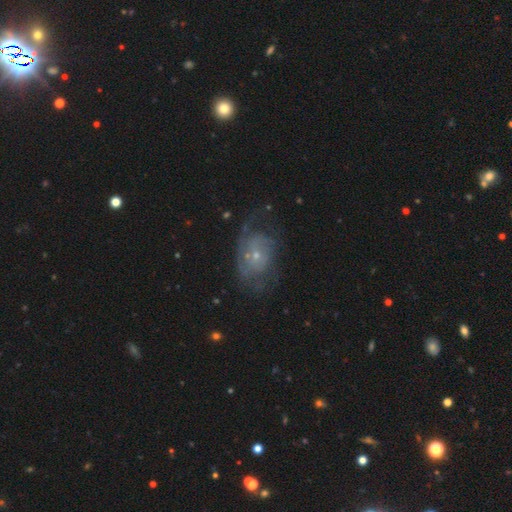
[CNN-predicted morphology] A featured or disk galaxy (65%) with no bar (80%), spiral arms (72%) and a small central bulge (74%). Merging: none (47%).